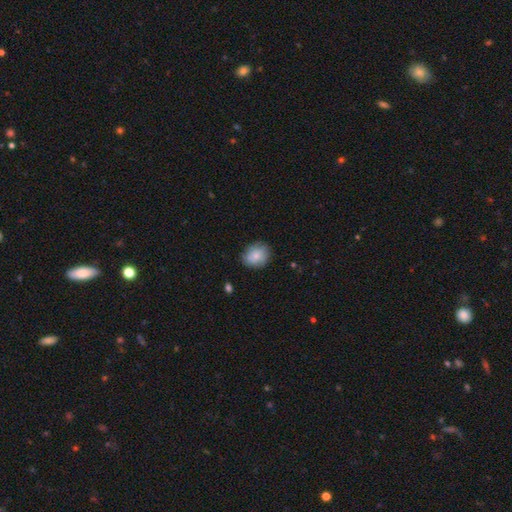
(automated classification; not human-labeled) Smooth or featured? smooth (75%)
How rounded? round (65%)
Merging? none (77%)